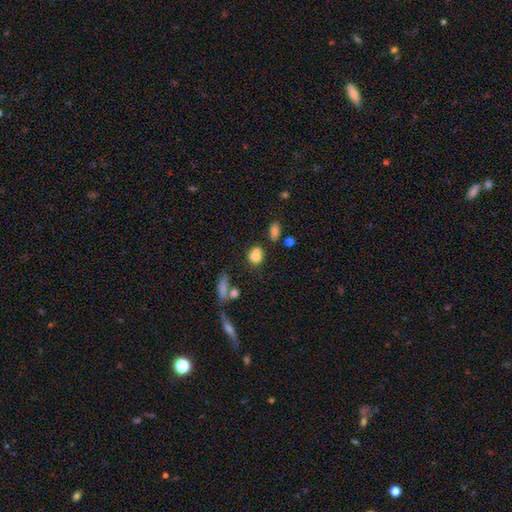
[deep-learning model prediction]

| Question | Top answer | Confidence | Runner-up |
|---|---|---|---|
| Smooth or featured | smooth | 72% | featured or disk (15%) |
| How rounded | in between | 53% | round (44%) |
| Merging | merger | 45% | none (35%) |